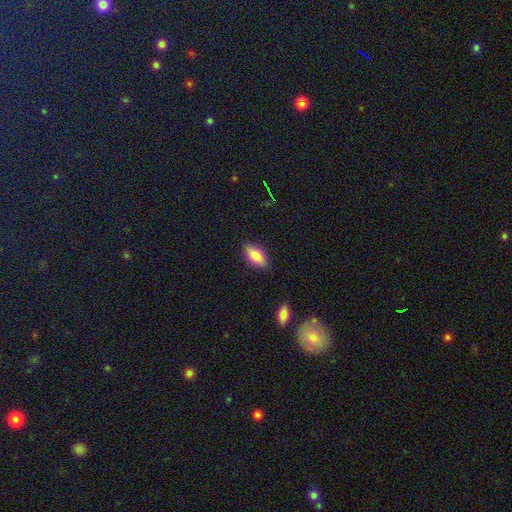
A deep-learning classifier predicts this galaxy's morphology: The model was most divided on "merging": none: 82%, minor disturbance: 14%, major disturbance: 3%, merger: 1%. More confident: how rounded — in between (89%); smooth or featured — smooth (84%).